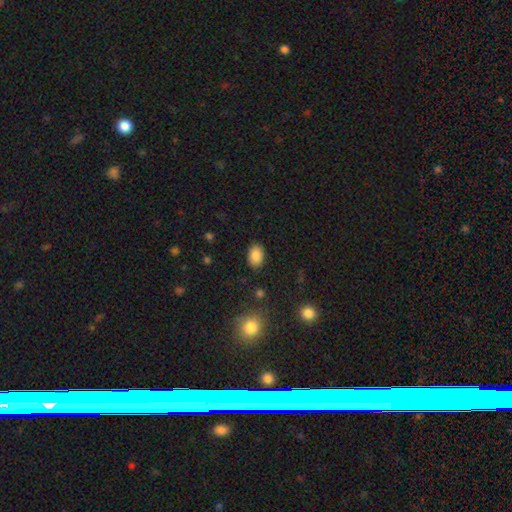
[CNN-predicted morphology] smooth 87%, star or artifact 9%, featured or disk 5%. Down the decision tree: how rounded — in between (84%); merging — none (87%).